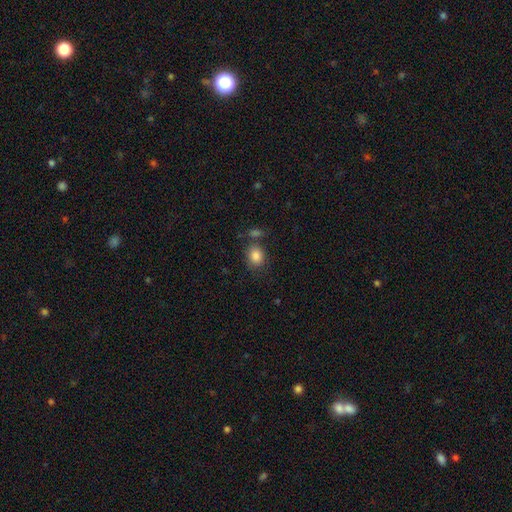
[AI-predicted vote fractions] Overall: smooth (85%). How rounded: round (54%; in between 45%). Merging: none (68%).